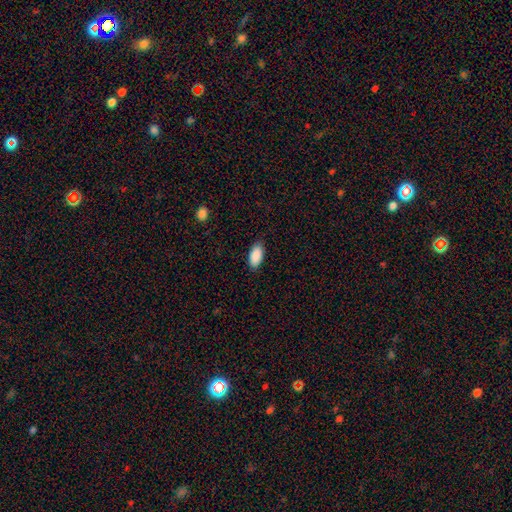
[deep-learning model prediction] smooth_or_featured: smooth (p=0.90) [alt: star or artifact p=0.06]
how_rounded: in between (p=0.93) [alt: cigar-shaped p=0.05]
merging: none (p=0.85) [alt: minor disturbance p=0.12]